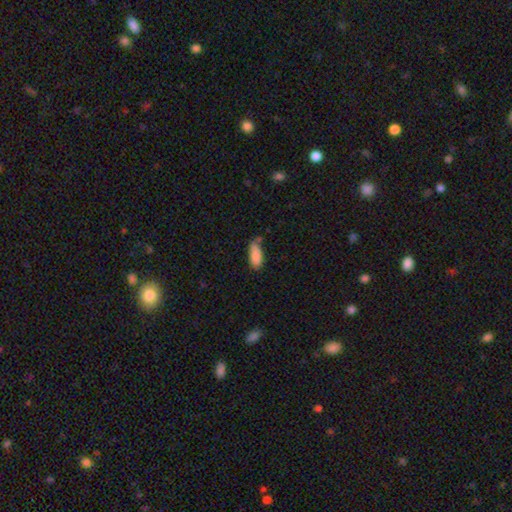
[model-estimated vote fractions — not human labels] This appears to be a smooth galaxy with no disk features (86%) that is in between round and cigar-shaped (79%). Merging: none (55%).